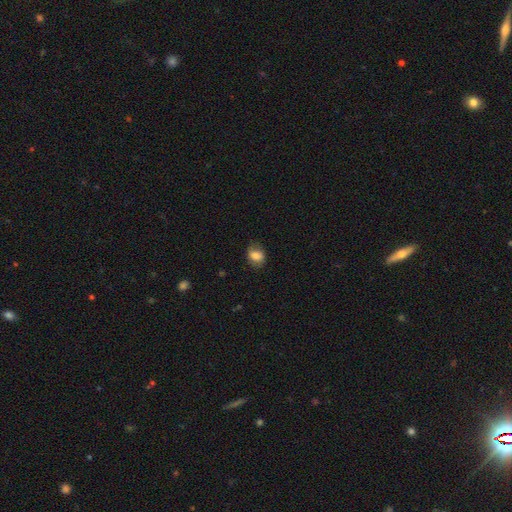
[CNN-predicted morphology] type=smooth (75%); roundness=in between (62%); merging=none (71%).